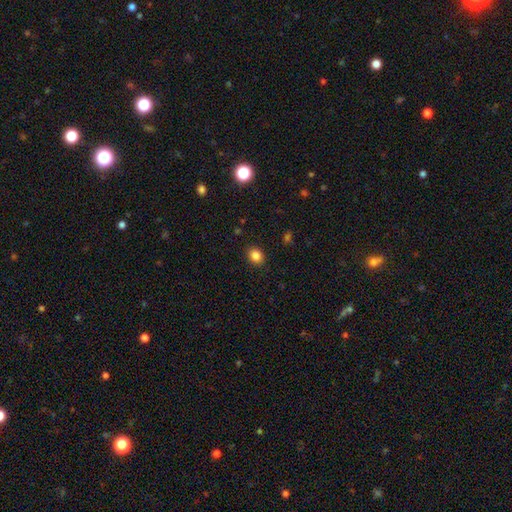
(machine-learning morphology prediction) type=smooth (85%); roundness=in between (50%); merging=none (89%).